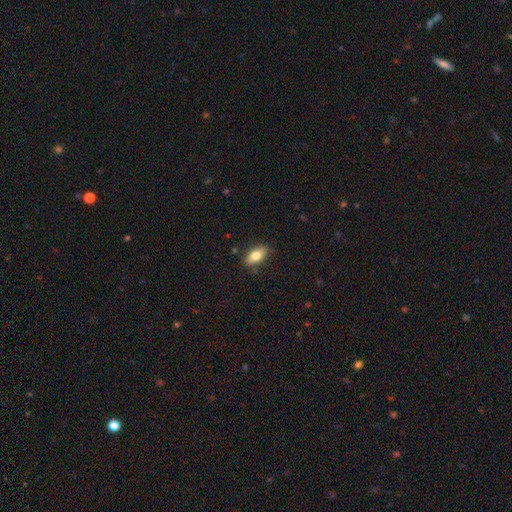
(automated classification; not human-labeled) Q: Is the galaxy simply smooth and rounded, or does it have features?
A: smooth — 77%.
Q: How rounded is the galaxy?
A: in between — 85%.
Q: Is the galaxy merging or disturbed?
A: none — 83%.